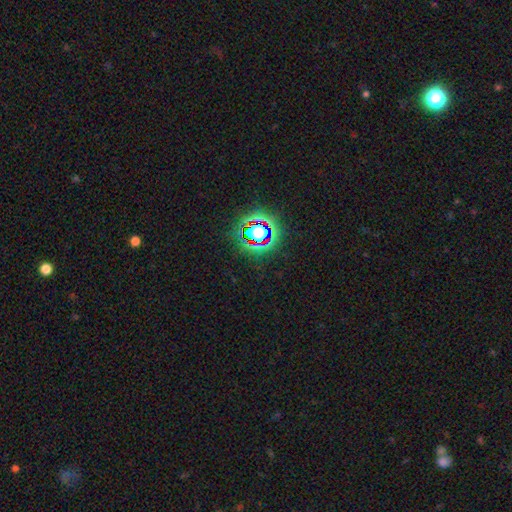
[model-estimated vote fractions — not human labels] A star or artifact, not a galaxy (79%).

Vote fractions:
- Smooth or featured? star or artifact: 79% / smooth: 14% / featured or disk: 8%